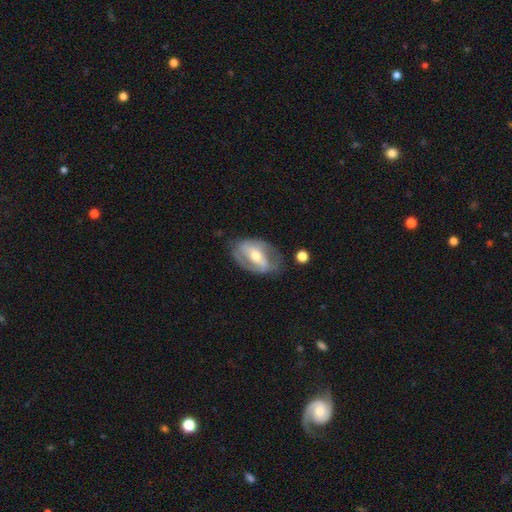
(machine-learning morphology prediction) Smooth or featured? Predicted: featured or disk (p=0.74). Edge-on disk? Predicted: no (p=0.94). Bar? Predicted: strong (p=0.47). Spiral arms? Predicted: yes (p=0.69). Bulge size? Predicted: moderate (p=0.63). Merging? Predicted: none (p=0.66).